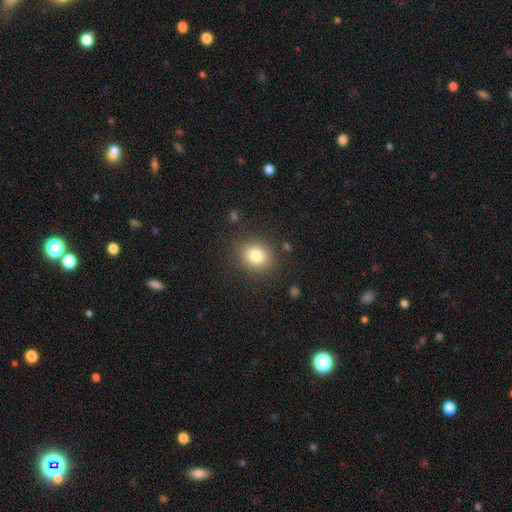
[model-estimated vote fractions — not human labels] smooth_or_featured: smooth (p=0.81) [alt: star or artifact p=0.11]
how_rounded: round (p=0.61) [alt: in between p=0.38]
merging: none (p=0.85) [alt: minor disturbance p=0.10]